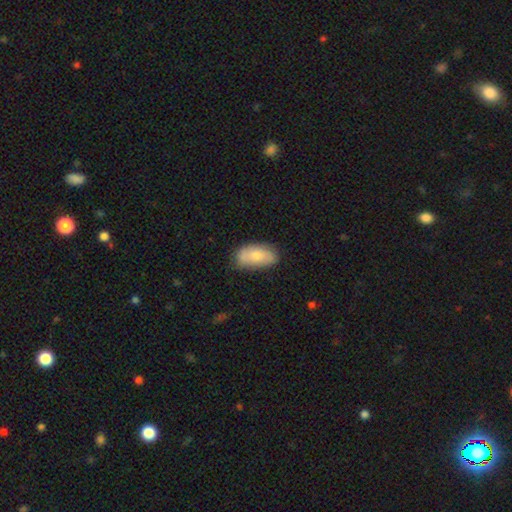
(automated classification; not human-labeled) smooth_or_featured: smooth (p=0.70) [alt: featured or disk p=0.23]
how_rounded: in between (p=0.93) [alt: cigar-shaped p=0.04]
merging: none (p=0.69) [alt: minor disturbance p=0.23]